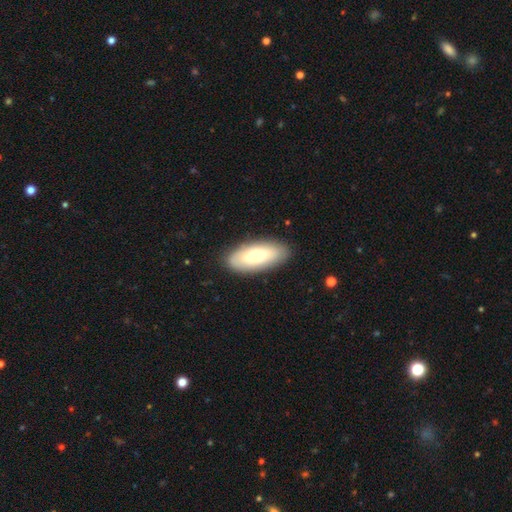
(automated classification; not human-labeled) Morphology: type=smooth (73%); roundness=in between (86%); merging=none (86%).